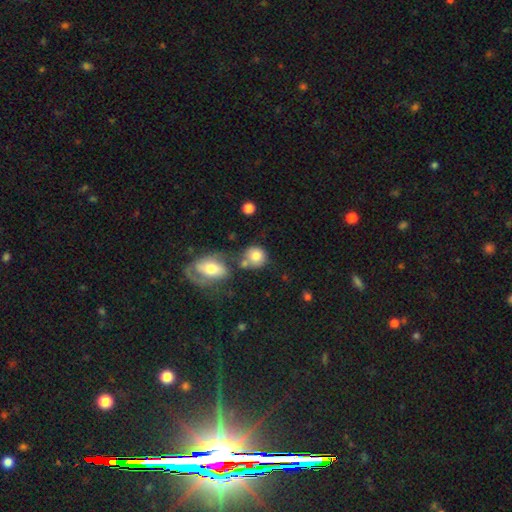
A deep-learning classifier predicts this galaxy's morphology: This is likely a smooth galaxy (77%). How rounded: likely round (80%). Merging: possibly none (50%).